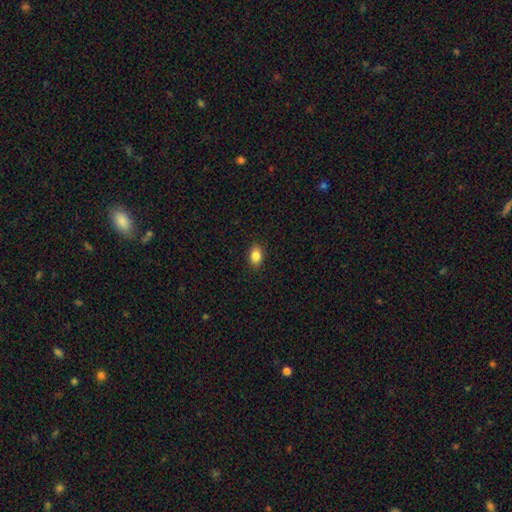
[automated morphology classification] Smooth or featured?
  - smooth: 85% *
  - star or artifact: 9%
  - featured or disk: 6%
How rounded?
  - in between: 78% *
  - round: 20%
  - cigar-shaped: 1%
Merging?
  - none: 90% *
  - minor disturbance: 8%
  - major disturbance: 2%
  - merger: 1%